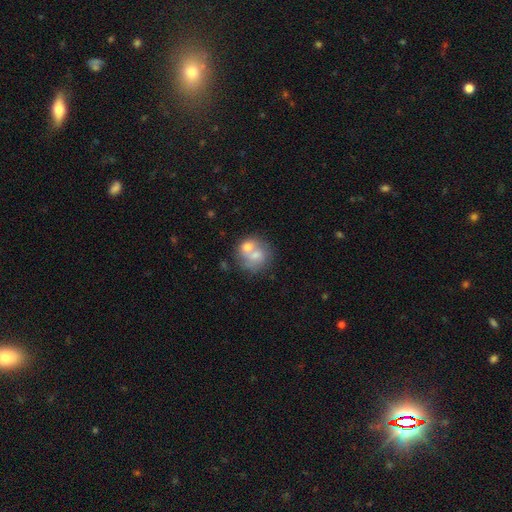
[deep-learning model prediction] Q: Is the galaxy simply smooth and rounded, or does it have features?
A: smooth — 57%.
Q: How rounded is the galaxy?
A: round — 73%.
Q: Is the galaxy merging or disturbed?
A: merger — 59%.